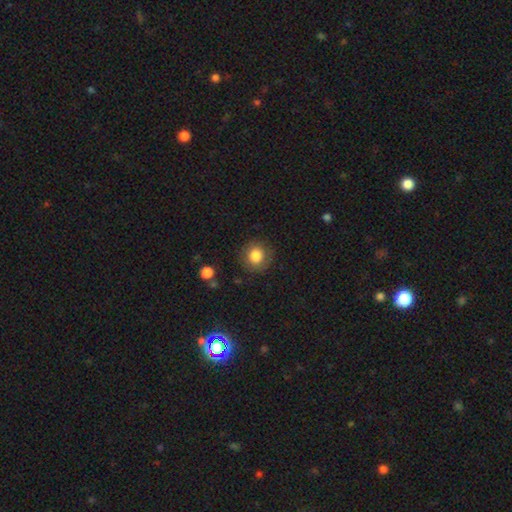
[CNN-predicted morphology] A smooth galaxy with no disk features (82%) that is round (89%).

Vote fractions:
- Smooth or featured? smooth: 82% / star or artifact: 10% / featured or disk: 8%
- How rounded? round: 89% / in between: 10% / cigar-shaped: 1%
- Merging? none: 84% / minor disturbance: 11% / major disturbance: 4% / merger: 1%